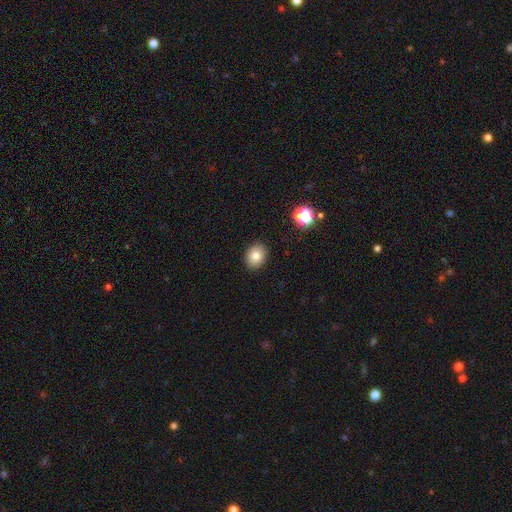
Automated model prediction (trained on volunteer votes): Smooth or featured? Predicted: smooth (p=0.80). How rounded? Predicted: round (p=0.53). Merging? Predicted: none (p=0.90).